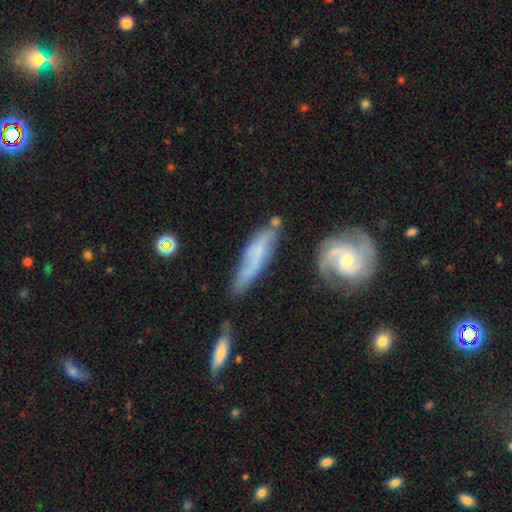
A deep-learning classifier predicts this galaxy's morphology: A featured or disk galaxy (54%).

Vote fractions:
- Smooth or featured? featured or disk: 54% / smooth: 38% / star or artifact: 8%
- Edge-on disk? no: 72% / yes: 28%
- Merging? none: 53% / minor disturbance: 27% / major disturbance: 11% / merger: 10%